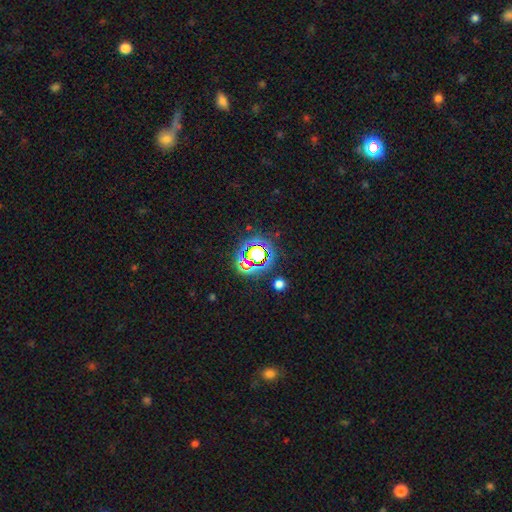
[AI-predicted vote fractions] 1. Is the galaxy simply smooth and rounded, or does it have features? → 76% star or artifact, 15% smooth, 9% featured or disk.